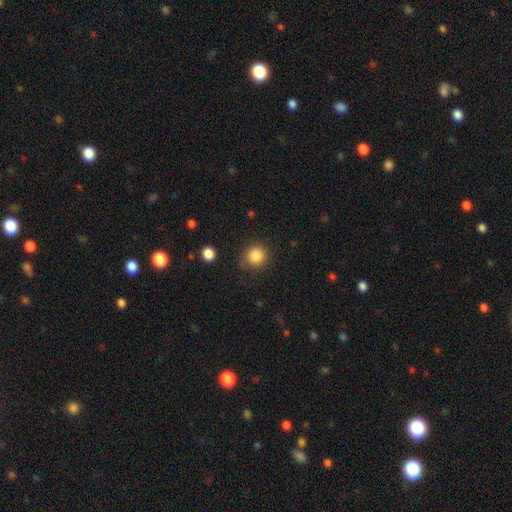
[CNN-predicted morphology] Smooth or featured? smooth (85%)
How rounded? round (89%)
Merging? none (78%)